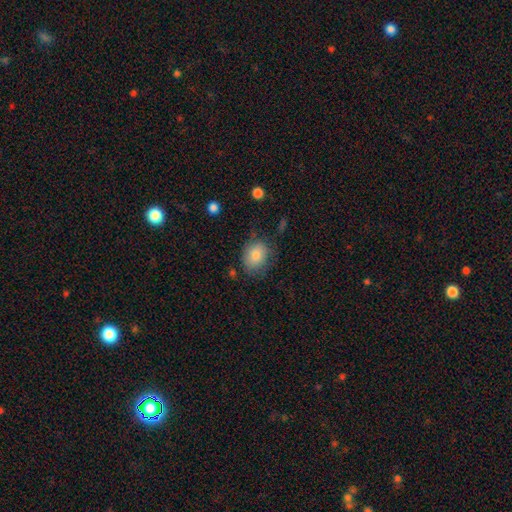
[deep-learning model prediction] smooth_or_featured: smooth (p=0.81) [alt: featured or disk p=0.11]
how_rounded: round (p=0.58) [alt: in between p=0.41]
merging: none (p=0.69) [alt: minor disturbance p=0.22]